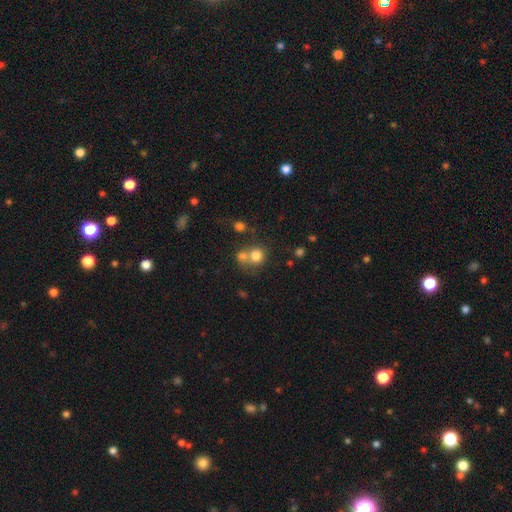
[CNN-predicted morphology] This appears to be a smooth galaxy with no disk features (77%) that is round (83%). Merging: none (44%).